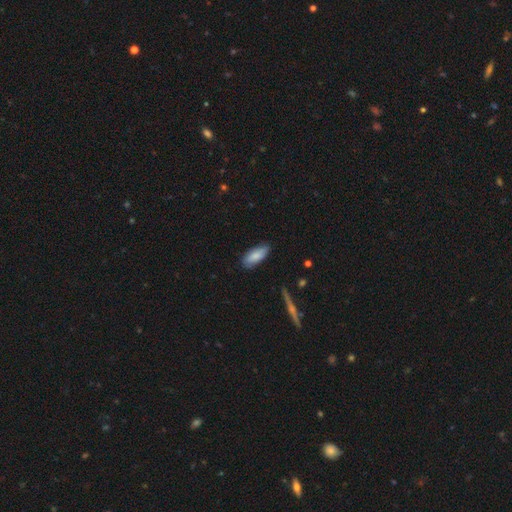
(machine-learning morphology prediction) smooth_or_featured: smooth (p=0.82) [alt: featured or disk p=0.12]
how_rounded: in between (p=0.80) [alt: cigar-shaped p=0.19]
merging: none (p=0.75) [alt: minor disturbance p=0.21]